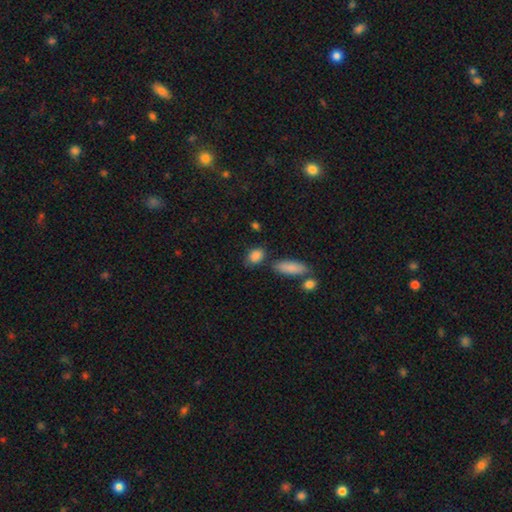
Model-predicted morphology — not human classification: This appears to be a smooth galaxy with no disk features (87%) that is in between round and cigar-shaped (73%). Merging: none (69%).